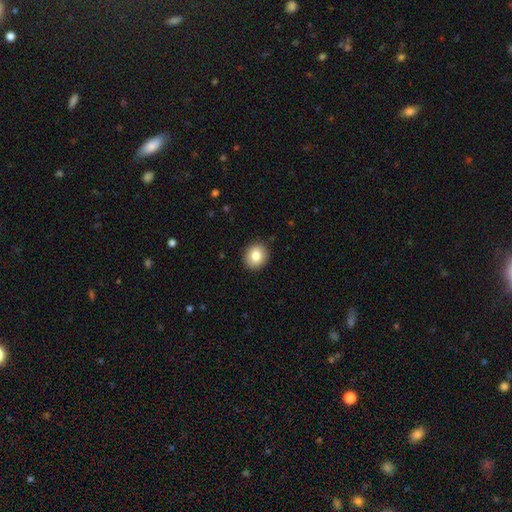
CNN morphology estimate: smooth-or-featured: smooth: 82% | featured or disk: 9% | star or artifact: 9%
  how-rounded: round: 76% | in between: 23% | cigar-shaped: 1%
  merging: none: 91% | minor disturbance: 6% | major disturbance: 2% | merger: 1%